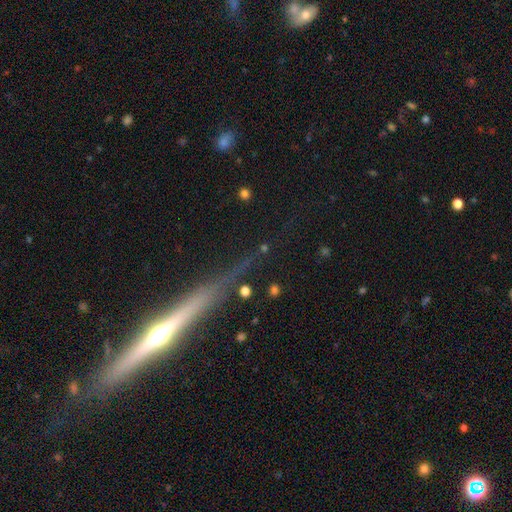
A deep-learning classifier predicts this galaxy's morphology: Q: Smooth or featured?
A: featured or disk (79%); runner-up: smooth (14%)
Q: Edge-on disk?
A: yes (96%); runner-up: no (4%)
Q: Edge-on bulge?
A: rounded (87%); runner-up: none (10%)
Q: Merging?
A: none (76%); runner-up: minor disturbance (17%)